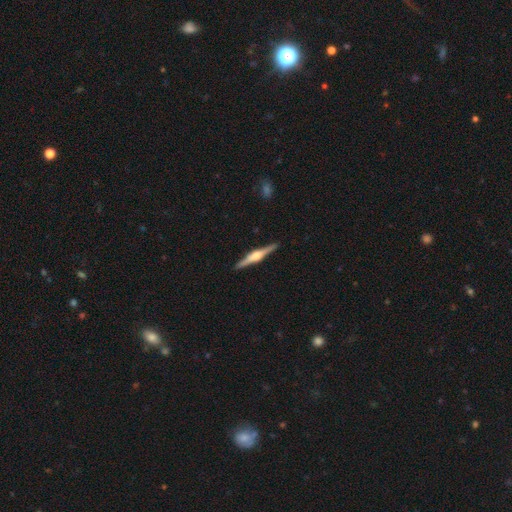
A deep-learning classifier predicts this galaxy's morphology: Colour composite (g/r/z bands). It shows a featured or disk galaxy (80%) viewed edge-on (98%) with a rounded central bulge (83%). Merging: none (92%).